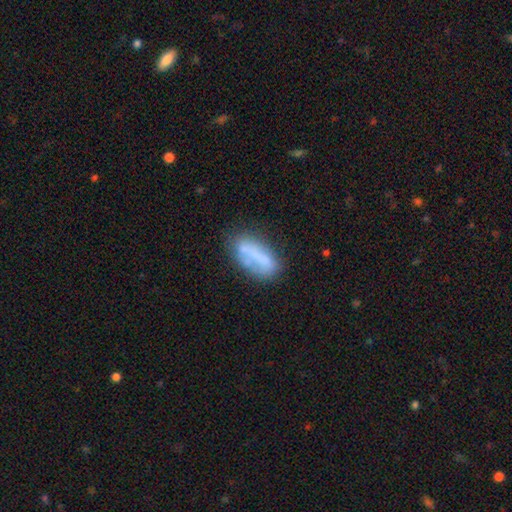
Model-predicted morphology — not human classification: This appears to be a smooth galaxy with no disk features (61%) that is in between round and cigar-shaped (78%). Merging: none (52%).